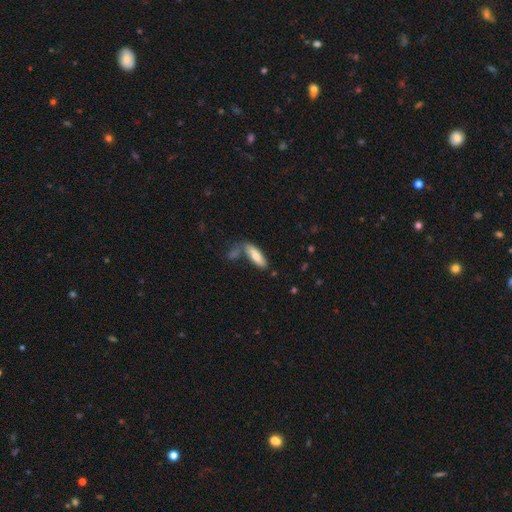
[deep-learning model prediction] smooth 74%, featured or disk 20%, star or artifact 6%. Down the decision tree: how rounded — cigar-shaped (49%, tied with in between); merging — none (60%).